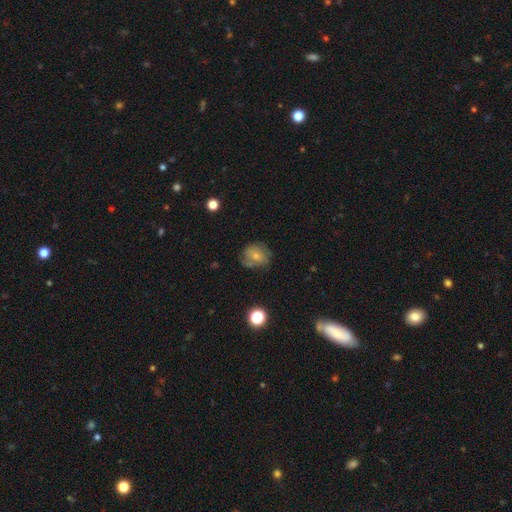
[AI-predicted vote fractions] The model was most divided on "merging": none: 62%, minor disturbance: 24%, major disturbance: 9%, merger: 4%. More confident: how rounded — round (70%); smooth or featured — smooth (65%).